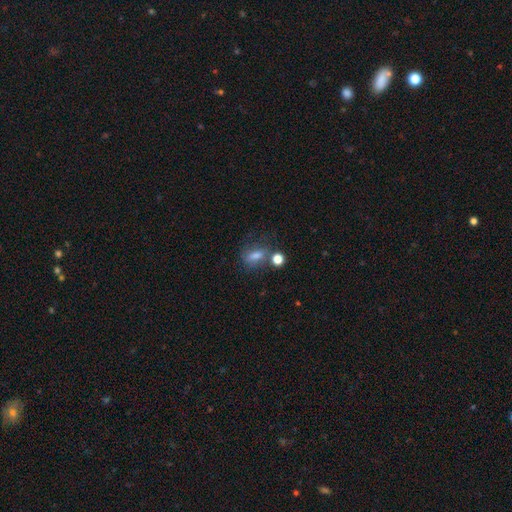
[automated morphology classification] A smooth galaxy with no disk features (61%) that is in between round and cigar-shaped (65%). Merging: none (53%).